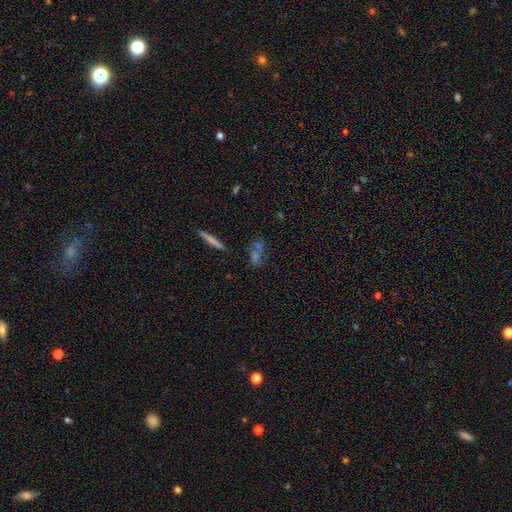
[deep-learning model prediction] smooth-or-featured: smooth: 49% | featured or disk: 28% | star or artifact: 23%
  merging: none: 52% | merger: 29% | minor disturbance: 12% | major disturbance: 6%